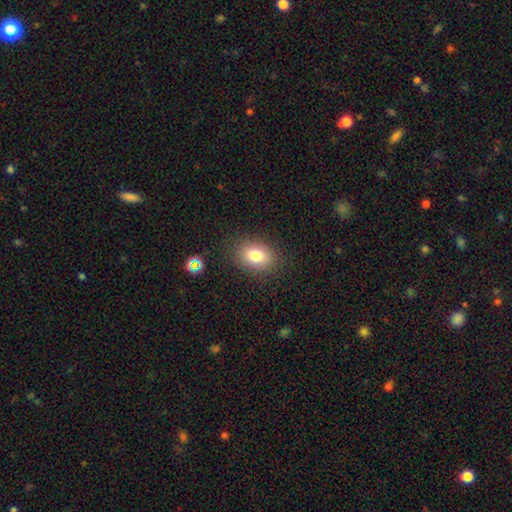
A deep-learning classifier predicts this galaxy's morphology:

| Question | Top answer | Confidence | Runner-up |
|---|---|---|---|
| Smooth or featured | smooth | 79% | star or artifact (11%) |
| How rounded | in between | 73% | round (26%) |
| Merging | none | 85% | minor disturbance (10%) |